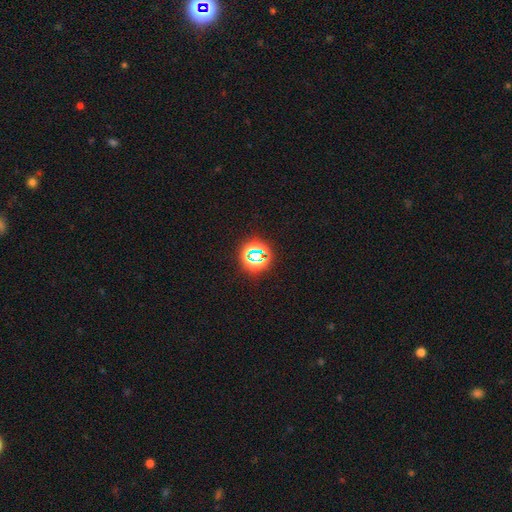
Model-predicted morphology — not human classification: Overall: star or artifact (64%; smooth 26%).